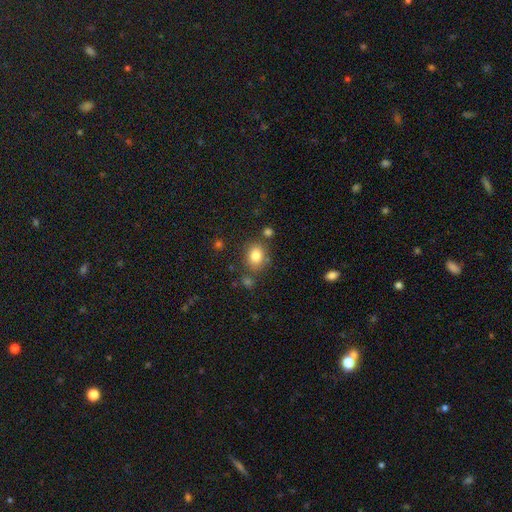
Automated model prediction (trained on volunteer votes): Smooth or featured: smooth — 82% (star or artifact — 10%)
How rounded: in between — 52% (round — 47%)
Merging: none — 74% (minor disturbance — 13%)